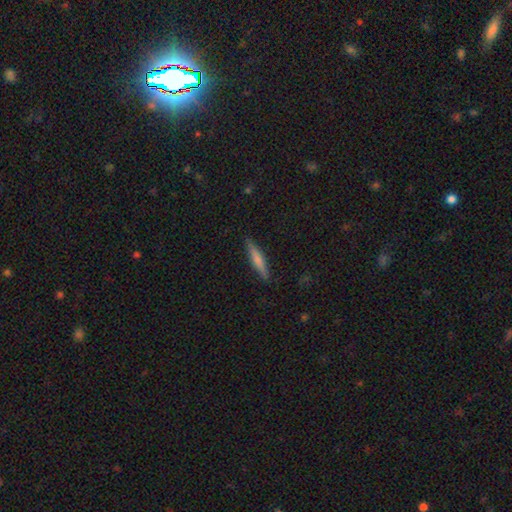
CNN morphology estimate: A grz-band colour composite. It shows a smooth galaxy with no disk features (51%) that is cigar-shaped (93%). Merging: none (90%).